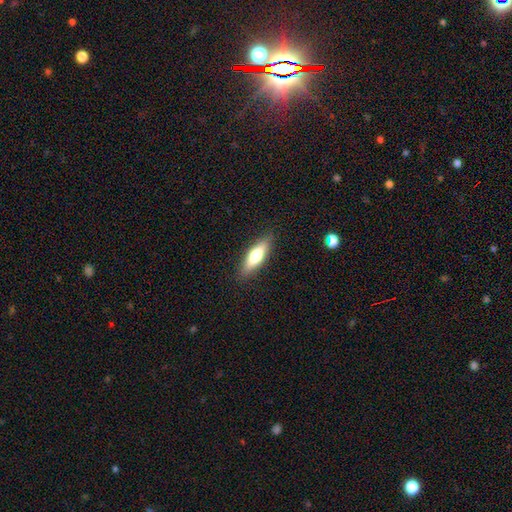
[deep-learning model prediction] smooth 60%, featured or disk 33%, star or artifact 6%. Down the decision tree: how rounded — cigar-shaped (52%); merging — none (88%).